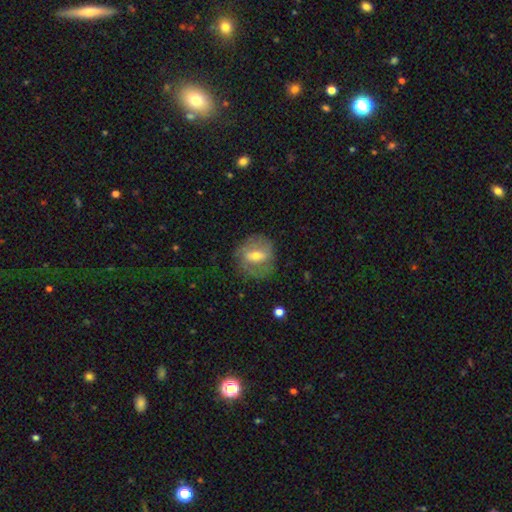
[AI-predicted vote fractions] Smooth or featured? featured or disk (56%)
Edge-on disk? no (94%)
Bar? weak (46%)
Spiral arms? yes (57%)
Bulge size? moderate (58%)
Merging? none (66%)